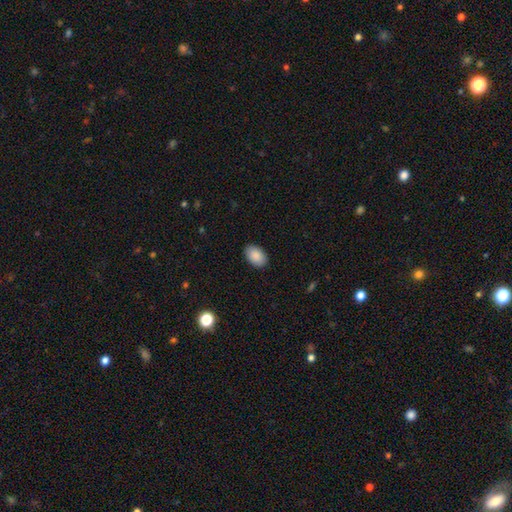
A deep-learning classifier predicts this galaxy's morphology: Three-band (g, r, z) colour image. It shows a smooth galaxy with no disk features (90%) that is in between round and cigar-shaped (90%). Merging: none (89%).